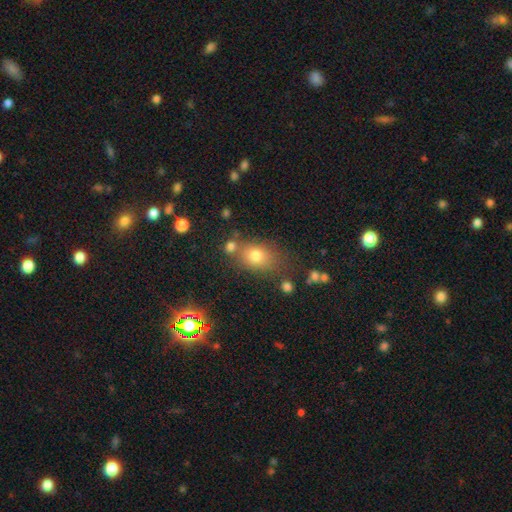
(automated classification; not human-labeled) Smooth or featured: smooth — 76% (star or artifact — 14%)
How rounded: in between — 67% (round — 31%)
Merging: none — 64% (minor disturbance — 16%)